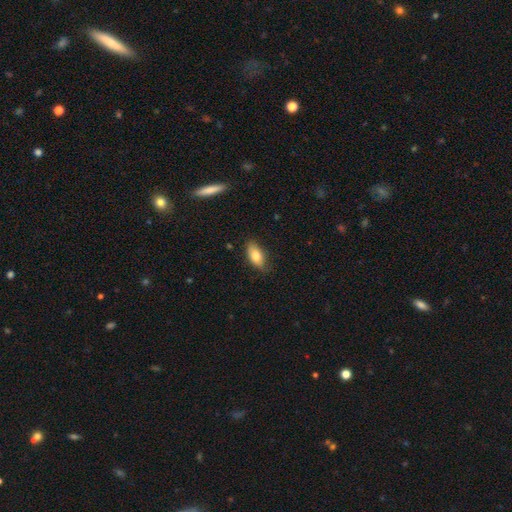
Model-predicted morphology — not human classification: smooth 78%, featured or disk 15%, star or artifact 7%. Down the decision tree: how rounded — in between (86%); merging — none (80%).